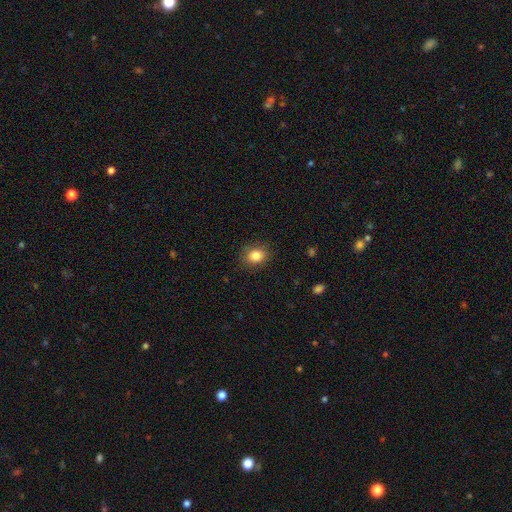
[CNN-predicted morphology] Overall: smooth (84%). How rounded: round (56%; in between 43%). Merging: none (86%).